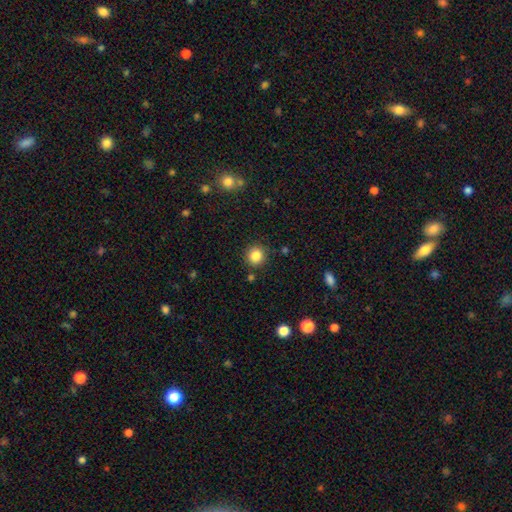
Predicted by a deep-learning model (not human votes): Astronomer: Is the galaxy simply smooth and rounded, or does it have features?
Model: smooth — 85%.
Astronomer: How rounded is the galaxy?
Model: round — 92%.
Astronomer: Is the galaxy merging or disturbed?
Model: none — 88%.